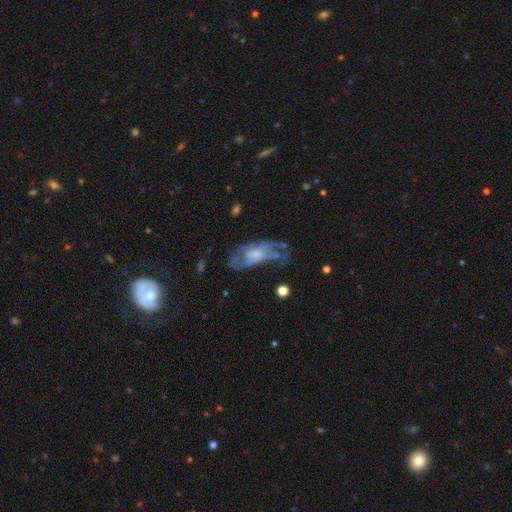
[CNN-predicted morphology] featured or disk 71%, smooth 15%, star or artifact 14%. Down the decision tree: edge-on disk — no (91%); bar — no (63%); spiral arms — yes (82%); spiral arm count — 2 (41%); spiral winding — medium (43%); bulge size — moderate (42%); merging — none (59%).